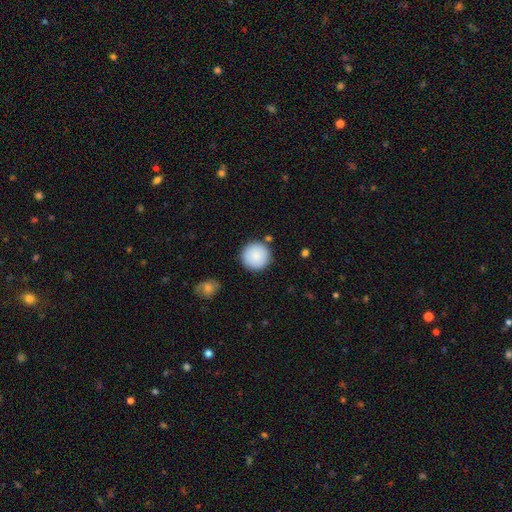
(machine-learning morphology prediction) smooth 87%, star or artifact 7%, featured or disk 6%. Down the decision tree: how rounded — round (96%); merging — none (88%).